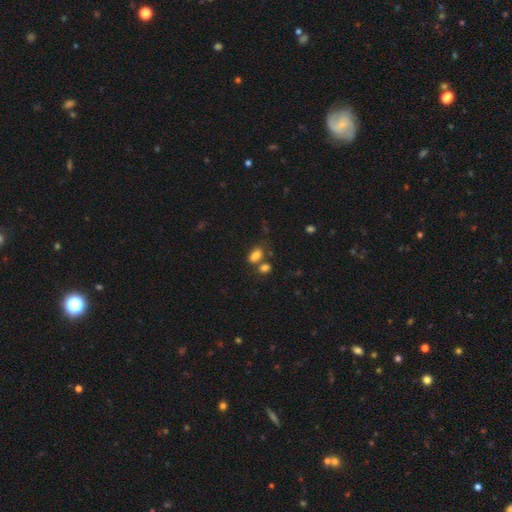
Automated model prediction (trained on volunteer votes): Q: Smooth or featured?
A: smooth (82%); runner-up: star or artifact (11%)
Q: How rounded?
A: in between (88%); runner-up: round (9%)
Q: Merging?
A: none (54%); runner-up: merger (28%)